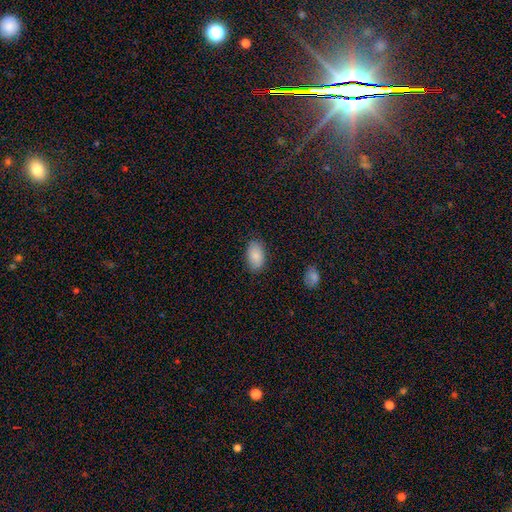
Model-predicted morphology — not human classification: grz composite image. It shows a smooth galaxy with no disk features (87%) that is in between round and cigar-shaped (93%). Merging: none (84%).